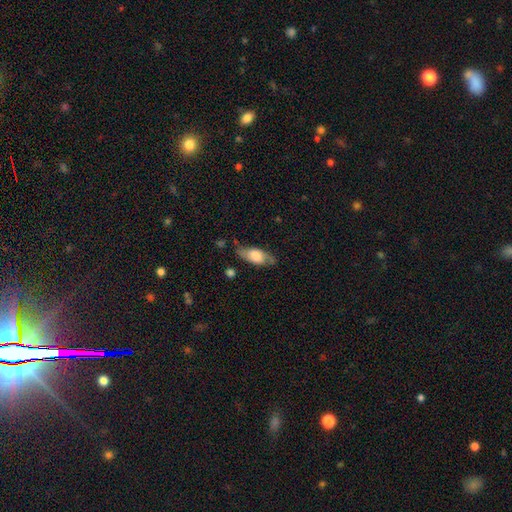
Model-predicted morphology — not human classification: Smooth or featured? Predicted: smooth (p=0.56). How rounded? Predicted: in between (p=0.78). Merging? Predicted: none (p=0.67).